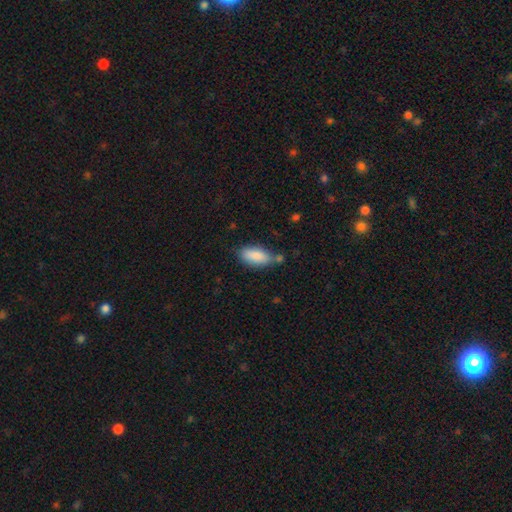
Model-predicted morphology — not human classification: smooth 86%, featured or disk 7%, star or artifact 7%. Down the decision tree: how rounded — in between (86%); merging — none (59%).